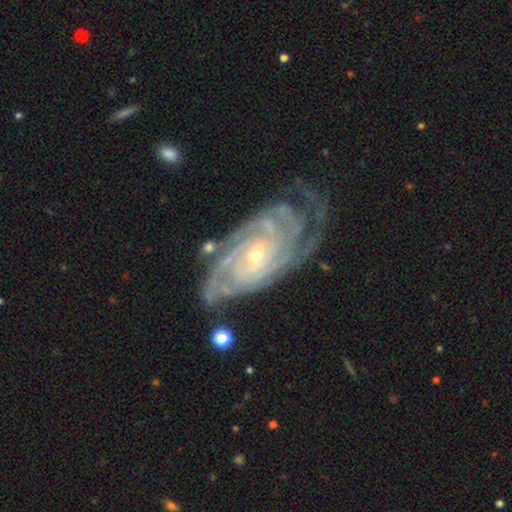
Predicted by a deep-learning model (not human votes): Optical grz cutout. It shows a featured or disk galaxy (91%) with no bar (68%), 4 (30%) tight (77%) spiral arms (98%) and a small central bulge (67%). Merging: none (67%).